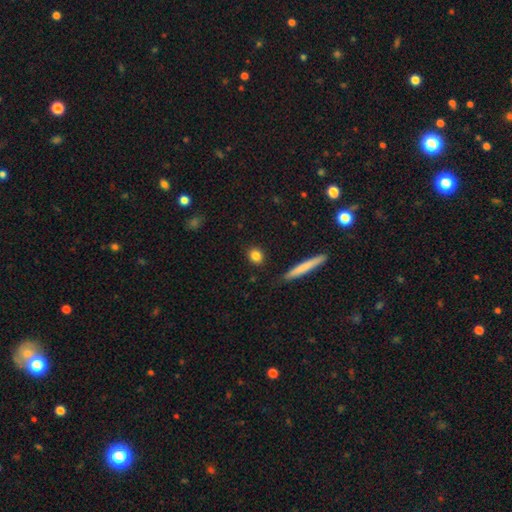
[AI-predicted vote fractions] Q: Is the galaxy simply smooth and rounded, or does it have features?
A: smooth — 83%.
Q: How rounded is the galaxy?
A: round — 58%.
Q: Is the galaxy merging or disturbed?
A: none — 89%.